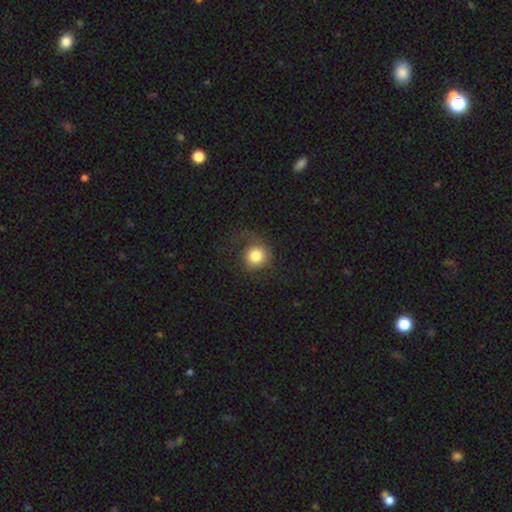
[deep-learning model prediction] Smooth or featured? Predicted: smooth (p=0.80). How rounded? Predicted: round (p=0.88). Merging? Predicted: none (p=0.59).